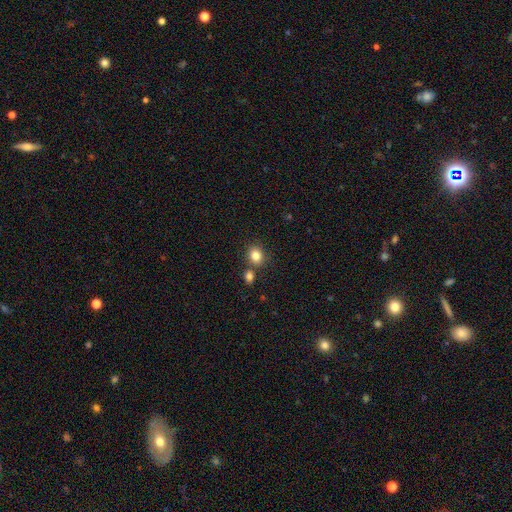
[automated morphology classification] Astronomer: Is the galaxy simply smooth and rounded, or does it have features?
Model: smooth — 83%.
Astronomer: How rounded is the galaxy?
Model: round — 68%.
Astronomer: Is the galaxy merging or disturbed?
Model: none — 69%.